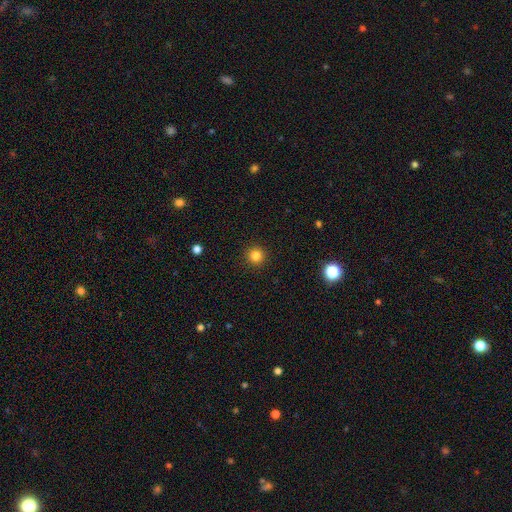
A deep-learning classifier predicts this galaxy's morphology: A smooth galaxy with no disk features (83%) that is round (96%). Merging: none (93%).